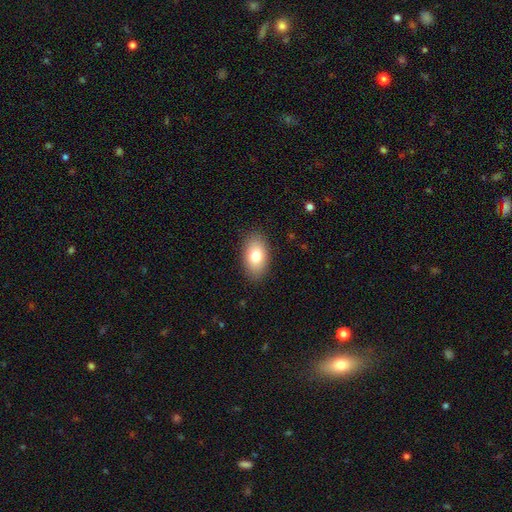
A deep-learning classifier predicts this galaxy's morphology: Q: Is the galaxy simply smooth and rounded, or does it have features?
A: smooth — 79%.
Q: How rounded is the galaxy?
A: in between — 93%.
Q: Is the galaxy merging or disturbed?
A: none — 88%.